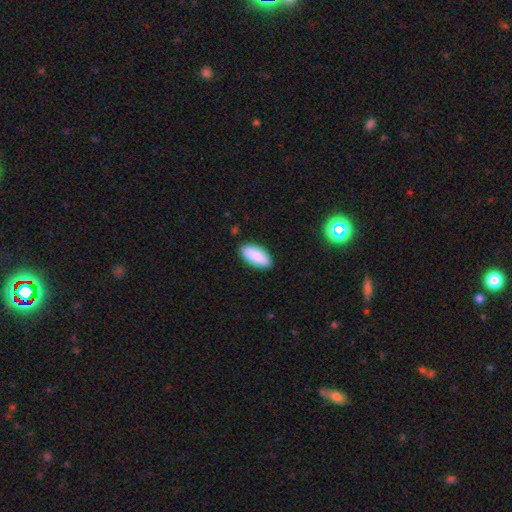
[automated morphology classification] type=smooth (90%); roundness=in between (90%); merging=none (88%).